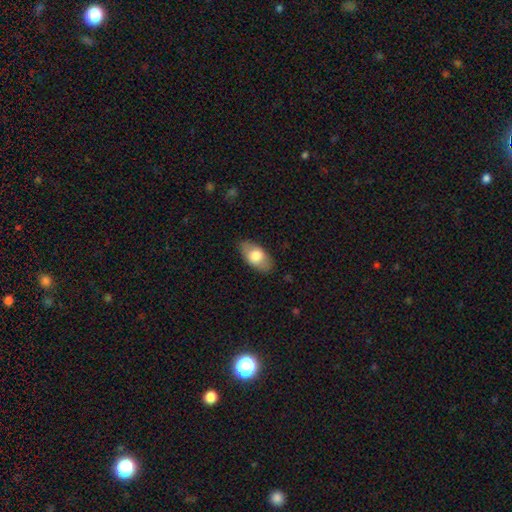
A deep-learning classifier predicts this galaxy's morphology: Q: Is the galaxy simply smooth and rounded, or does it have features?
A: smooth — 72%.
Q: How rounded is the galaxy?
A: in between — 93%.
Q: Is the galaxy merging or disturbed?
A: none — 83%.